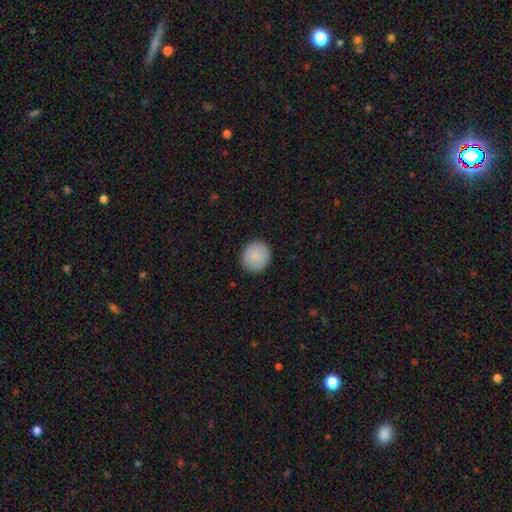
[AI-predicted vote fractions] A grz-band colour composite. It shows a smooth galaxy with no disk features (89%) that is round (92%). Merging: none (90%).